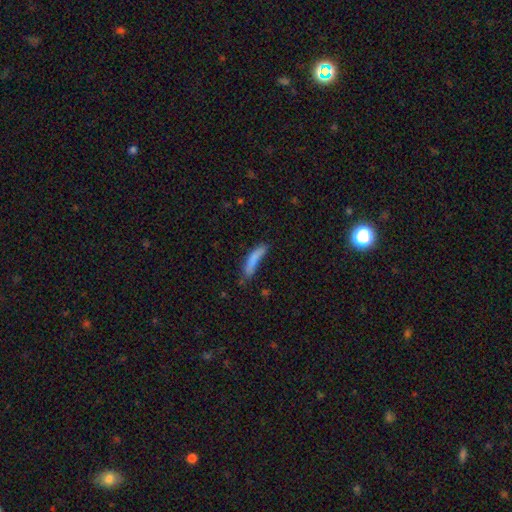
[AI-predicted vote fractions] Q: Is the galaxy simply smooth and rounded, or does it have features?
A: smooth — 78%.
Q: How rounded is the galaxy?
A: cigar-shaped — 83%.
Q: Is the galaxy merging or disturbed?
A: none — 52%.